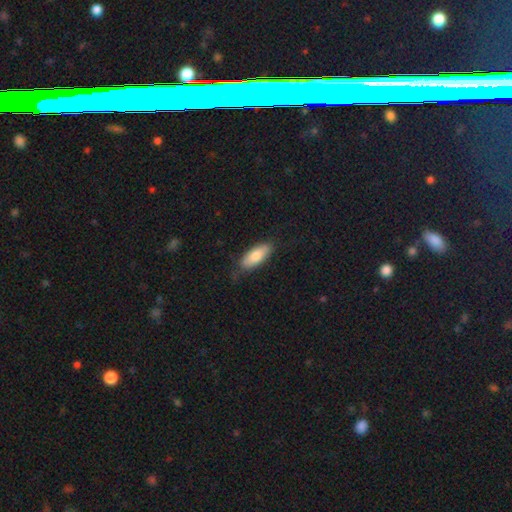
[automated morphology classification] Smooth or featured?
  - smooth: 79% *
  - featured or disk: 15%
  - star or artifact: 6%
How rounded?
  - in between: 78% *
  - cigar-shaped: 20%
  - round: 2%
Merging?
  - none: 79% *
  - minor disturbance: 17%
  - major disturbance: 3%
  - merger: 1%